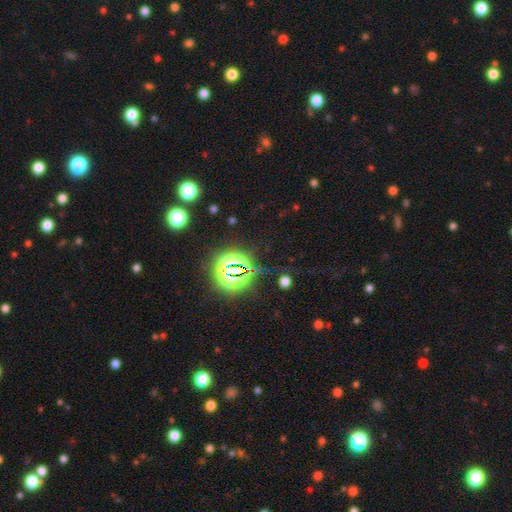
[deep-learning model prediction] This is clearly a star or artifact rather than a galaxy (81%).